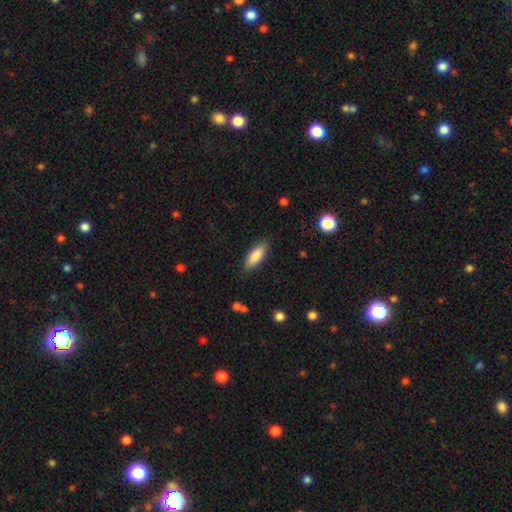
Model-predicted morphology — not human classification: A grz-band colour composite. It shows a smooth galaxy with no disk features (84%) that is in between round and cigar-shaped (72%). Merging: none (85%).